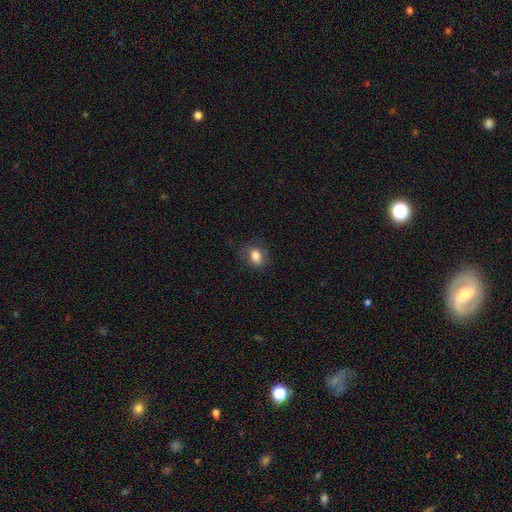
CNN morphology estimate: Smooth or featured? smooth (78%)
How rounded? in between (67%)
Merging? none (70%)